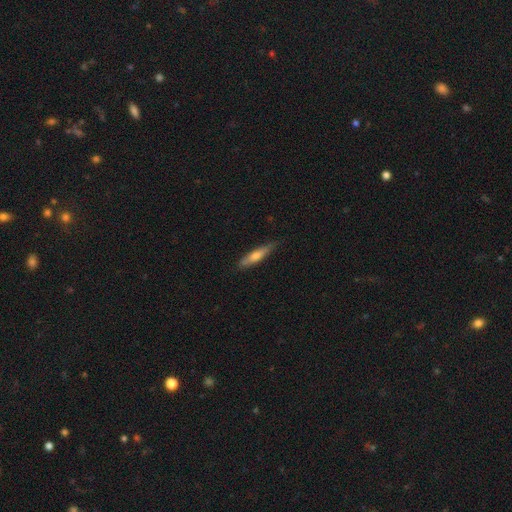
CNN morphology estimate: smooth-or-featured: smooth: 53% | featured or disk: 41% | star or artifact: 6%
  how-rounded: cigar-shaped: 87% | in between: 12% | round: 2%
  merging: none: 84% | minor disturbance: 13% | major disturbance: 2% | merger: 1%